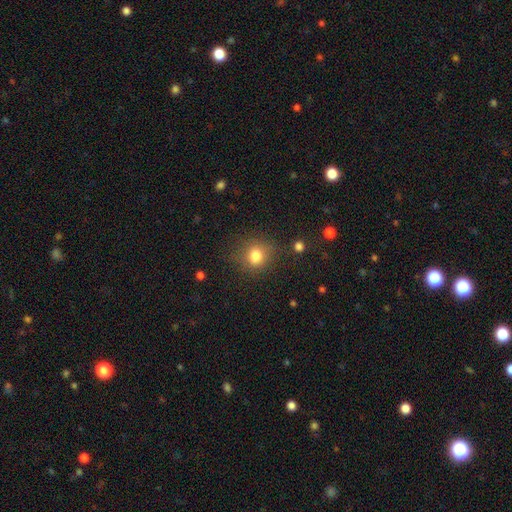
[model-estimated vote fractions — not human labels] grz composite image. It shows a smooth galaxy with no disk features (80%) that is round (75%). Merging: none (77%).